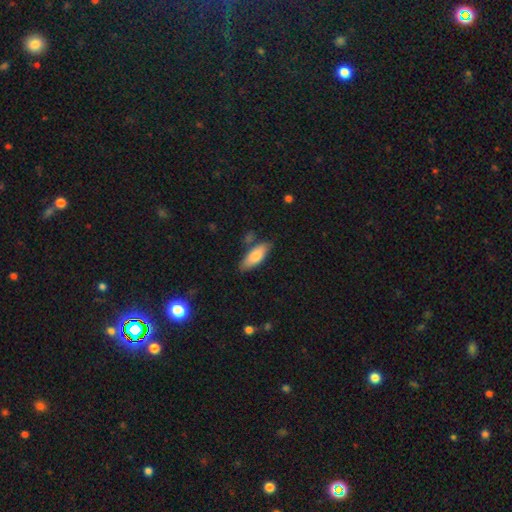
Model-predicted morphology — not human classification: A smooth galaxy with no disk features (81%) that is in between round and cigar-shaped (74%).

Vote fractions:
- Smooth or featured? smooth: 81% / featured or disk: 13% / star or artifact: 6%
- How rounded? in between: 74% / cigar-shaped: 24% / round: 2%
- Merging? none: 75% / minor disturbance: 16% / merger: 5% / major disturbance: 3%